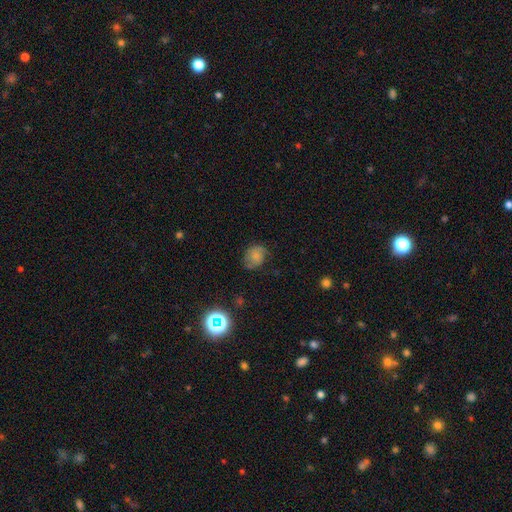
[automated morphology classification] A smooth galaxy with no disk features (65%) that is round (54%).

Vote fractions:
- Smooth or featured? smooth: 65% / featured or disk: 22% / star or artifact: 13%
- How rounded? round: 54% / in between: 45% / cigar-shaped: 1%
- Merging? none: 62% / minor disturbance: 26% / major disturbance: 10% / merger: 2%